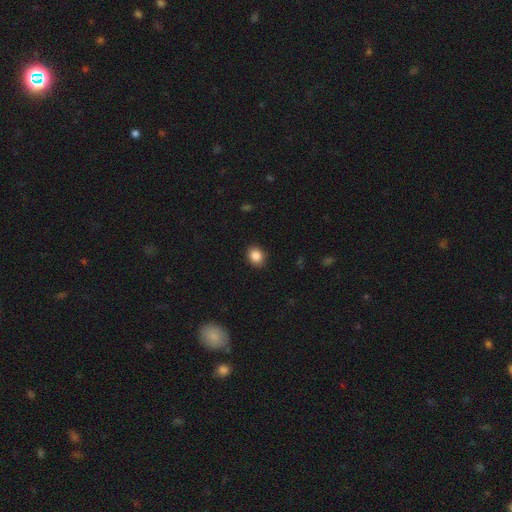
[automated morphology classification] smooth-or-featured: smooth: 86% | star or artifact: 10% | featured or disk: 4%
  how-rounded: round: 61% | in between: 38% | cigar-shaped: 1%
  merging: none: 89% | minor disturbance: 8% | major disturbance: 2% | merger: 1%